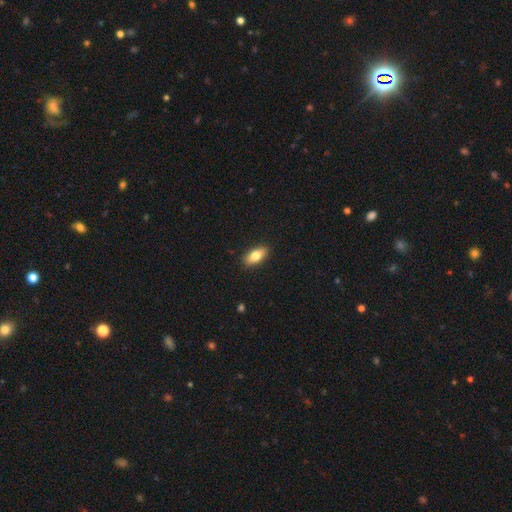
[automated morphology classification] Smooth or featured? Predicted: smooth (p=0.78). How rounded? Predicted: in between (p=0.85). Merging? Predicted: none (p=0.88).